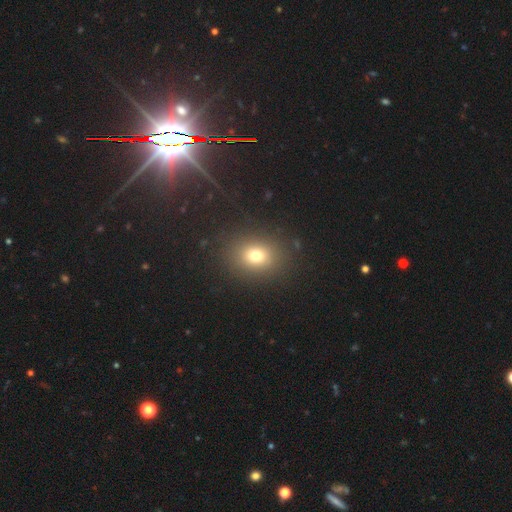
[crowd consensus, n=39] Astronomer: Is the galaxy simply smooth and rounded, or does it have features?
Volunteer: smooth — 82%.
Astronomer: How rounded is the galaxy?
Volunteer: round — 59% (runner-up: in between, 41%).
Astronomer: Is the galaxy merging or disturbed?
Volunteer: none — 89%.